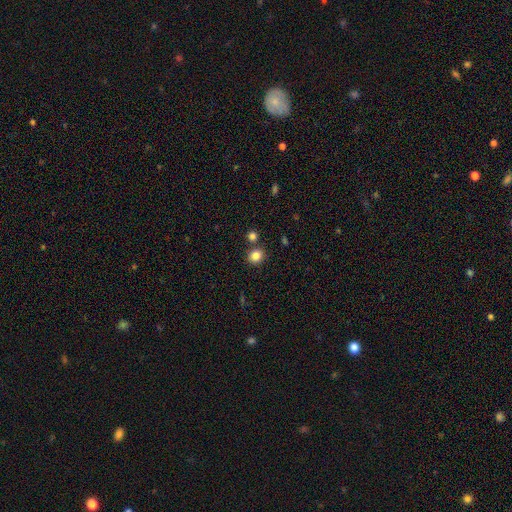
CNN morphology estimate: Smooth or featured? smooth (84%)
How rounded? round (78%)
Merging? none (80%)